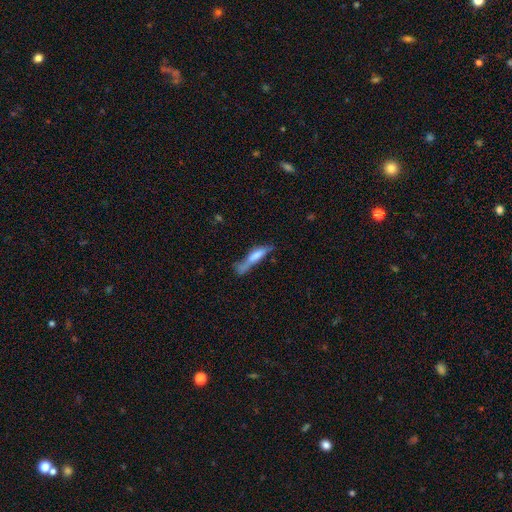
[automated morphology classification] A smooth galaxy with no disk features (54%) that is cigar-shaped (84%). Merging: none (44%).